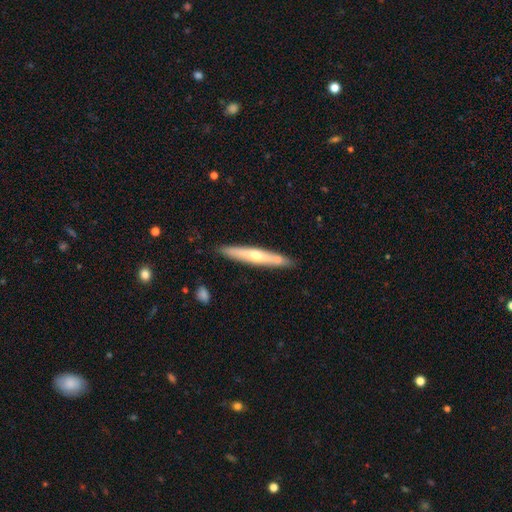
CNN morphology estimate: Overall: featured or disk (48%; smooth 46%). Merging: none (82%).